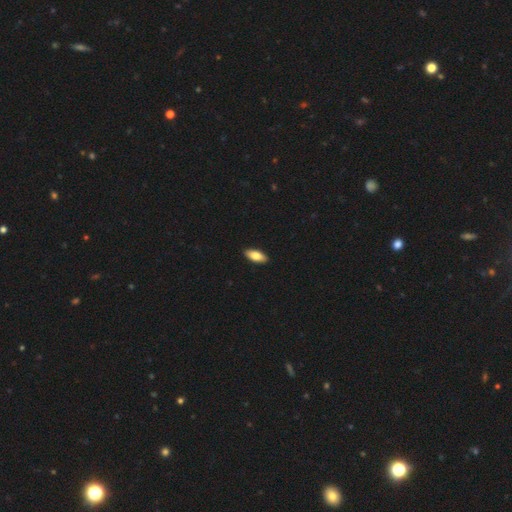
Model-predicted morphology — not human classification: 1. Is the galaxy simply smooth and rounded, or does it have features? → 80% smooth, 14% featured or disk, 6% star or artifact.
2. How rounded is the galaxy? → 83% in between, 15% cigar-shaped, 2% round.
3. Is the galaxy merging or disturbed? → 91% none, 7% minor disturbance, 1% major disturbance, 1% merger.